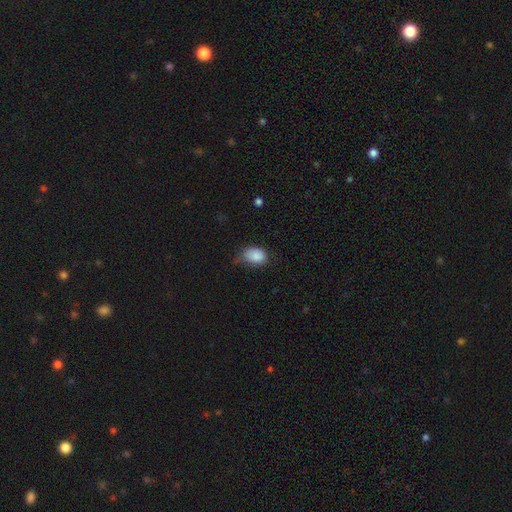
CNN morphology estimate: This is clearly a smooth galaxy (86%). How rounded: likely in between (74%). Merging: possibly none (47%).